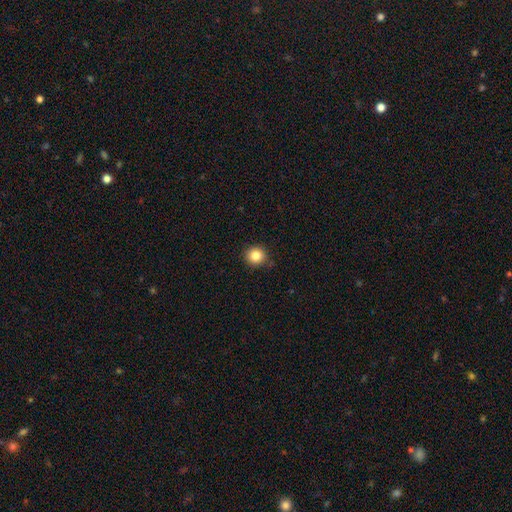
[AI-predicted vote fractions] The model was most divided on "smooth or featured": smooth: 84%, star or artifact: 11%, featured or disk: 5%. More confident: how rounded — round (91%); merging — none (87%).